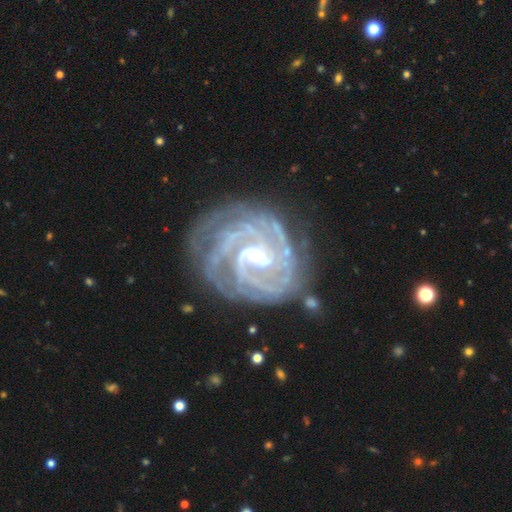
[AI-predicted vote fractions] Overall: featured or disk (92%). Edge-on disk: no (98%). Bar: no (57%; weak 30%). Spiral arms: yes (98%). Spiral arm count: 3 (27%; 2 22%). Spiral winding: tight (75%). Bulge size: small (81%). Merging: none (69%).